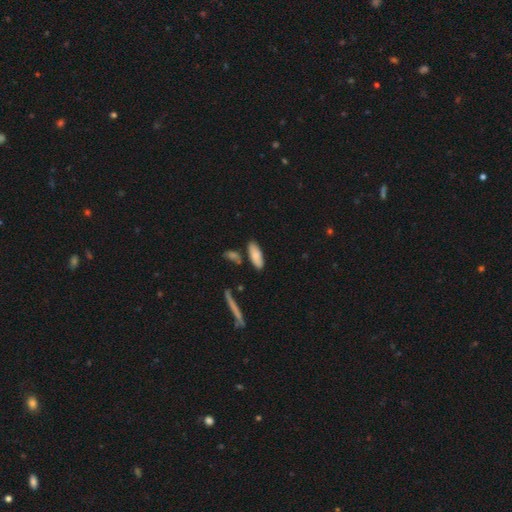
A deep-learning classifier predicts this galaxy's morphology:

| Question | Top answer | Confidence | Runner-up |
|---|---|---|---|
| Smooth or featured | smooth | 79% | featured or disk (14%) |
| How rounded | in between | 71% | cigar-shaped (27%) |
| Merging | none | 78% | minor disturbance (13%) |